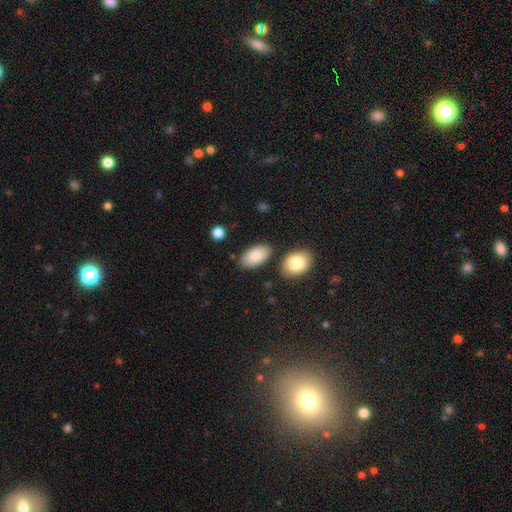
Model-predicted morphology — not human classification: Smooth or featured? smooth (85%)
How rounded? in between (95%)
Merging? none (79%)